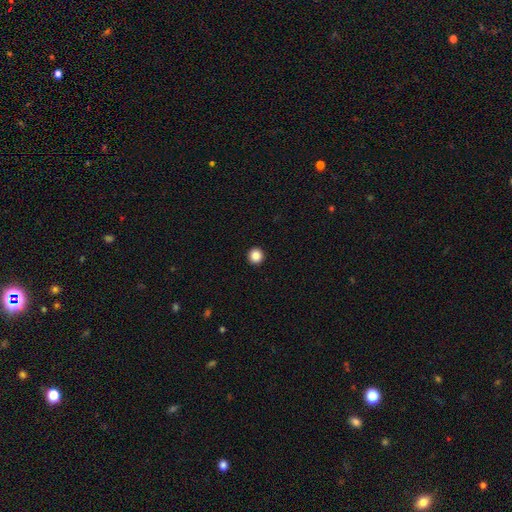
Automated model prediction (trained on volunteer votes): A smooth galaxy with no disk features (87%) that is round (95%).

Vote fractions:
- Smooth or featured? smooth: 87% / star or artifact: 10% / featured or disk: 3%
- How rounded? round: 95% / in between: 4% / cigar-shaped: 1%
- Merging? none: 94% / minor disturbance: 3% / major disturbance: 1% / merger: 1%